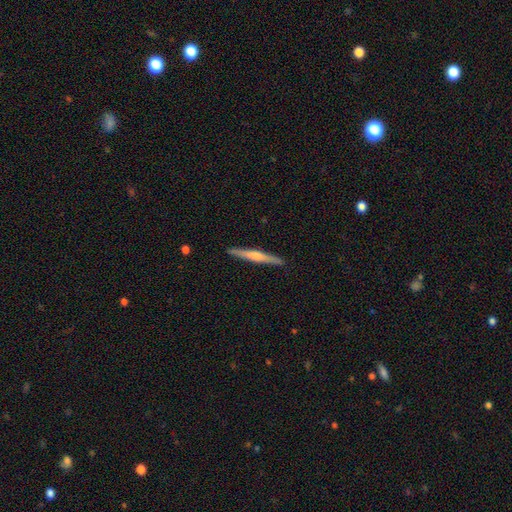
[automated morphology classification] This is likely a featured or disk galaxy (67%). It is clearly viewed edge-on (98%). Edge-on bulge: likely rounded (78%). Merging: clearly none (92%).